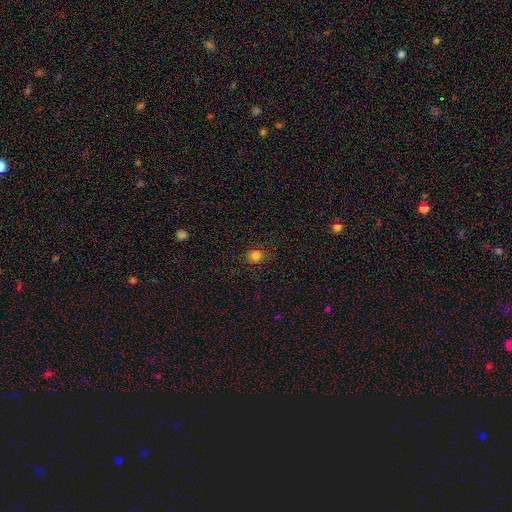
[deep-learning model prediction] A smooth galaxy with no disk features (81%) that is round (81%). Merging: none (87%).